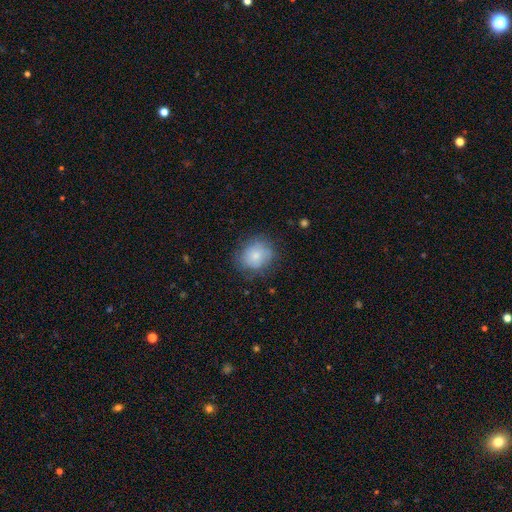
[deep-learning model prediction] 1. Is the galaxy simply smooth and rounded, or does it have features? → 79% smooth, 13% featured or disk, 8% star or artifact.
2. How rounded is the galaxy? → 71% round, 28% in between, 1% cigar-shaped.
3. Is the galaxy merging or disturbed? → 73% none, 19% minor disturbance, 7% major disturbance, 1% merger.